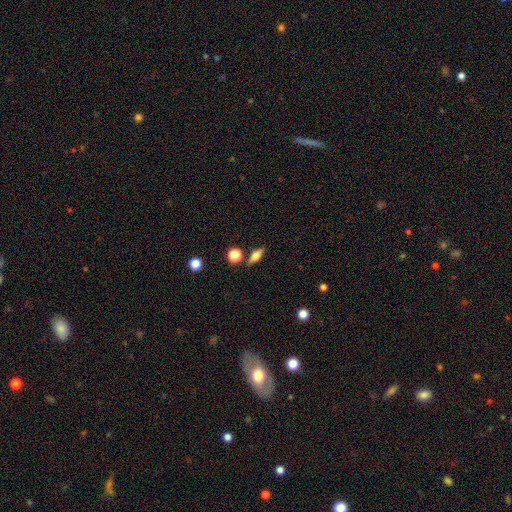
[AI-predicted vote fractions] Morphology: type=featured or disk (48%); merging=none (81%).